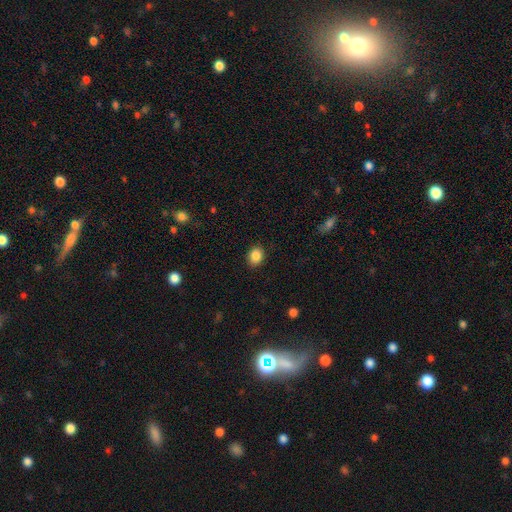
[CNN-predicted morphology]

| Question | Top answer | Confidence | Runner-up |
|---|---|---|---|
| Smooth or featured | smooth | 86% | star or artifact (9%) |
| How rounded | in between | 52% | round (47%) |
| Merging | none | 89% | minor disturbance (8%) |